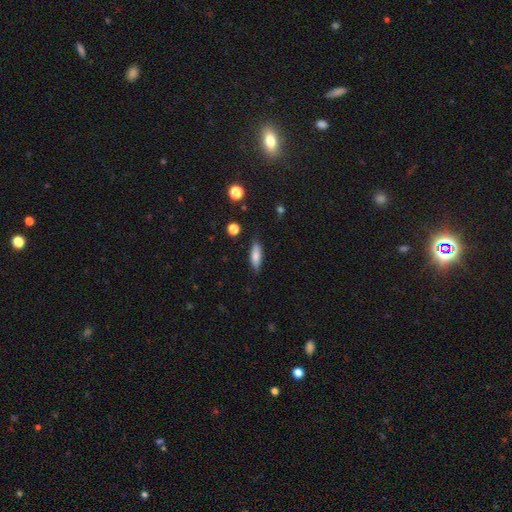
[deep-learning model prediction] This appears to be a smooth galaxy with no disk features (77%) that is in between round and cigar-shaped (50%). Merging: none (82%).